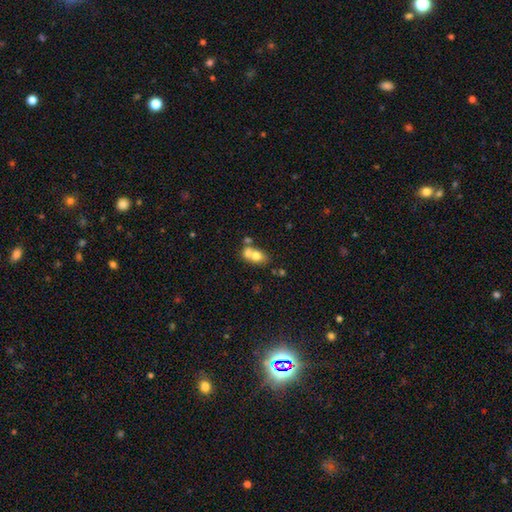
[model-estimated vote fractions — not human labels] Smooth or featured?
  - smooth: 69% *
  - featured or disk: 22%
  - star or artifact: 10%
How rounded?
  - in between: 66% *
  - round: 32%
  - cigar-shaped: 2%
Merging?
  - merger: 57% *
  - none: 29%
  - minor disturbance: 9%
  - major disturbance: 5%